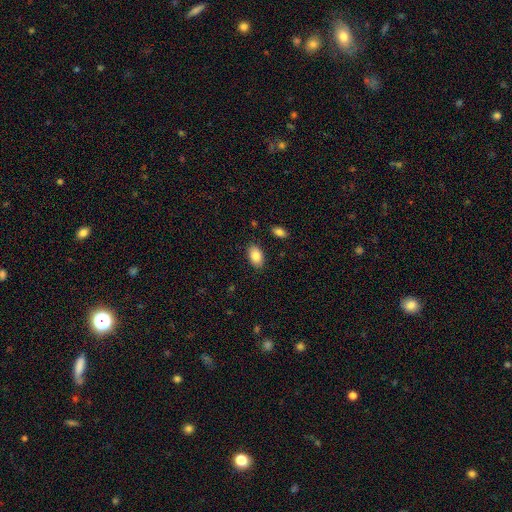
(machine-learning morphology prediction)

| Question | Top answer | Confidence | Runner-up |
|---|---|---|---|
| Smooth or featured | smooth | 86% | star or artifact (7%) |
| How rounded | in between | 91% | round (8%) |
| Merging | none | 87% | minor disturbance (9%) |